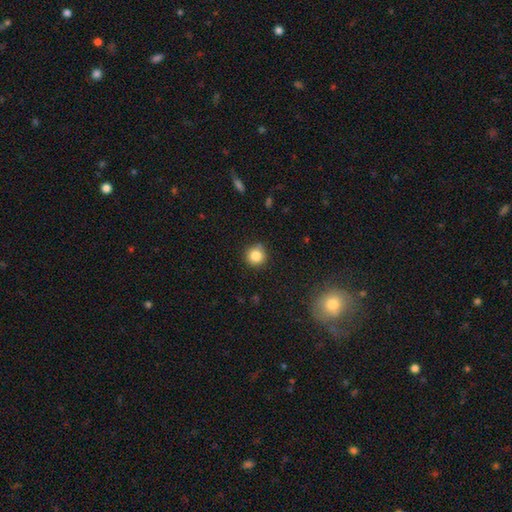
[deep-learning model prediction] This appears to be a smooth galaxy with no disk features (84%) that is round (94%). Merging: none (87%).